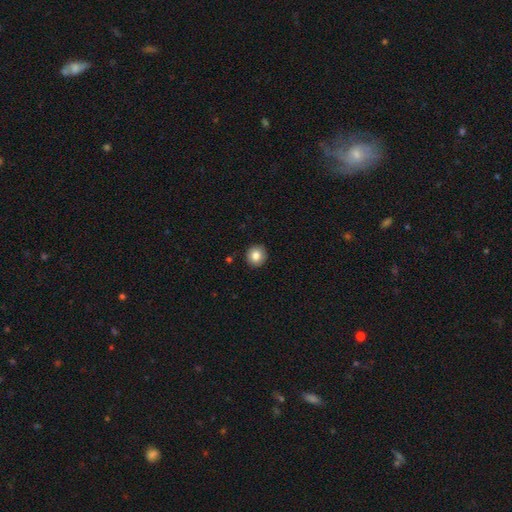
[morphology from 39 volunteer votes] Smooth or featured: smooth — 82% (featured or disk — 10%)
How rounded: round — 94% (in between — 6%)
Merging: none — 94% (minor disturbance — 3%)